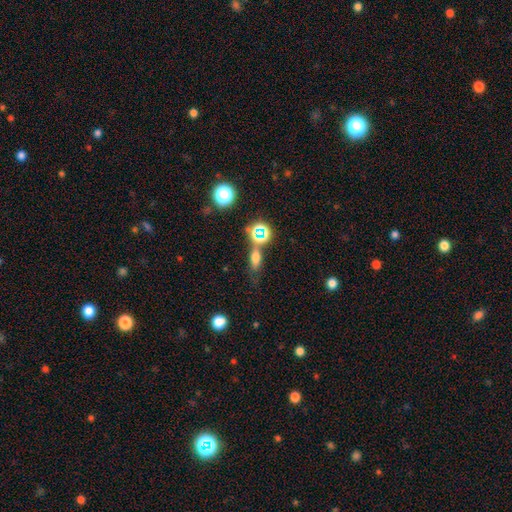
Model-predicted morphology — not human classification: This is likely a smooth galaxy (60%). How rounded: likely in between (62%). Merging: possibly none (56%).